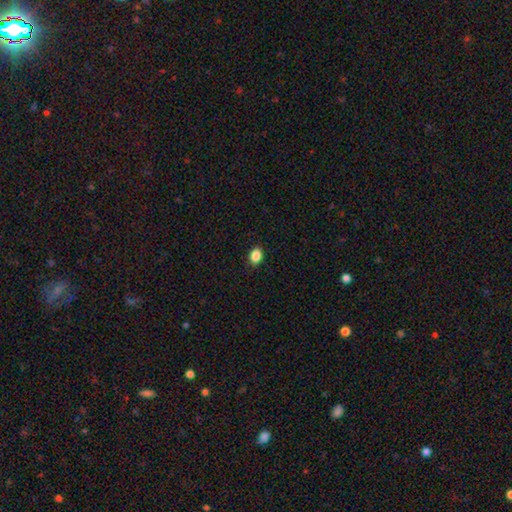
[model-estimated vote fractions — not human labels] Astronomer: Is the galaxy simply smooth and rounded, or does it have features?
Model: smooth — 88%.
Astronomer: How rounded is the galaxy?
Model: in between — 67%.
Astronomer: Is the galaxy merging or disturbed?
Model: none — 88%.